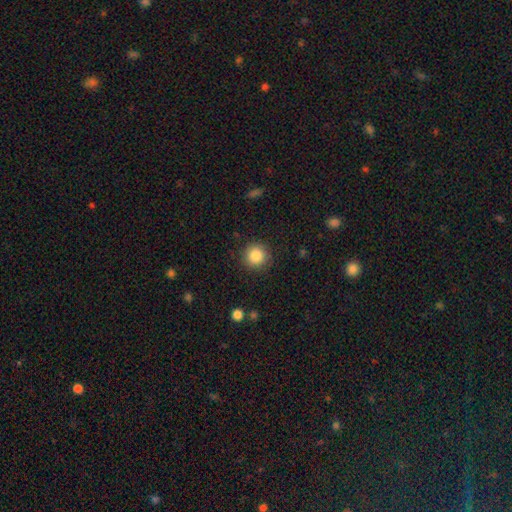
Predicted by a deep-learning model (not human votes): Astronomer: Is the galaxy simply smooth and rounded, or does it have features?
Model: smooth — 85%.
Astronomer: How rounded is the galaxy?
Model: round — 94%.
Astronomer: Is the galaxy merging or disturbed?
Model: none — 89%.